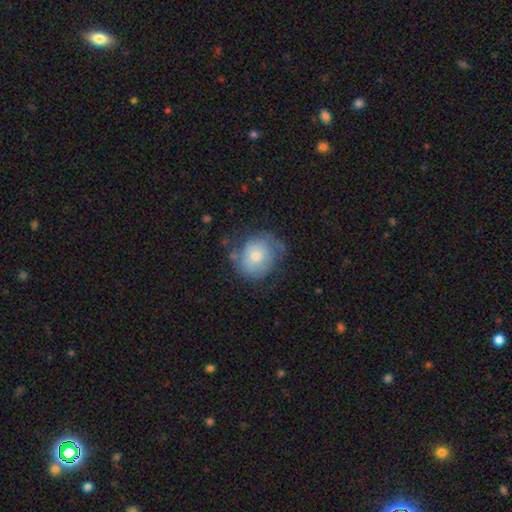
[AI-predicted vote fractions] The model was most divided on "smooth or featured": smooth: 57%, featured or disk: 35%, star or artifact: 8%. More confident: how rounded — round (70%); merging — none (56%).